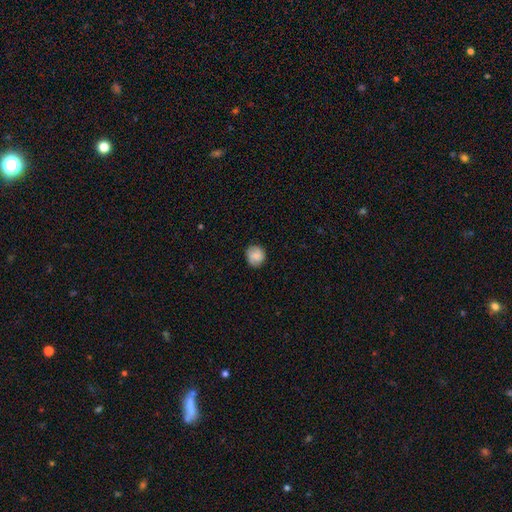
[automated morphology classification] This appears to be a smooth galaxy with no disk features (79%) that is round (82%). Merging: none (81%).